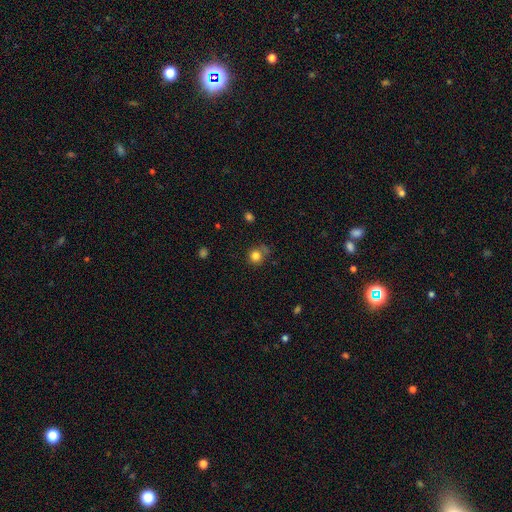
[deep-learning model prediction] Overall: smooth (81%). How rounded: round (88%). Merging: none (67%).